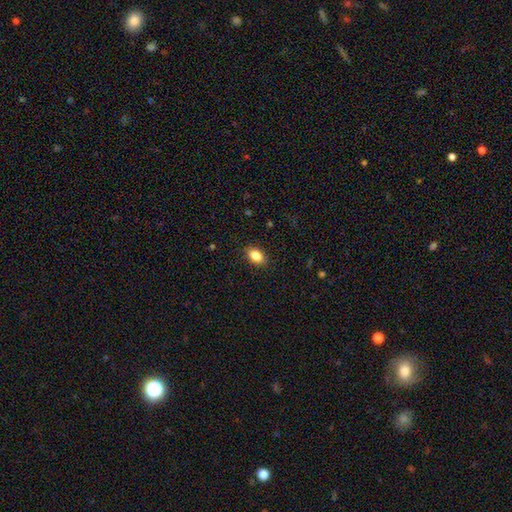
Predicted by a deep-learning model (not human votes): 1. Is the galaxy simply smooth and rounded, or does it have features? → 85% smooth, 8% star or artifact, 6% featured or disk.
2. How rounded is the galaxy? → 87% in between, 11% round, 2% cigar-shaped.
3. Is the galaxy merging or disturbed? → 88% none, 8% minor disturbance, 2% major disturbance, 1% merger.